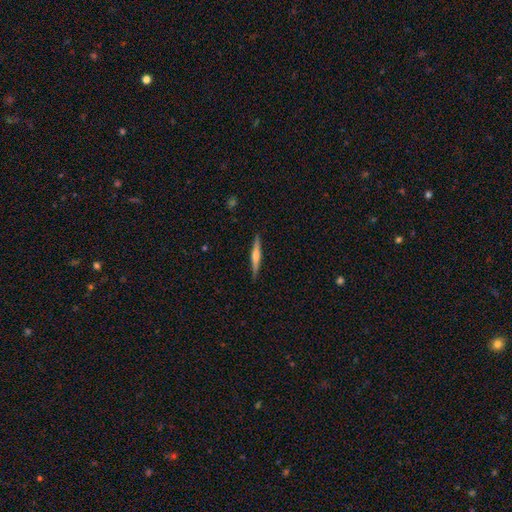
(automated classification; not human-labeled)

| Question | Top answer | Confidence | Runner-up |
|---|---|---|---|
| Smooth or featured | featured or disk | 56% | smooth (38%) |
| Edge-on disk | yes | 97% | no (3%) |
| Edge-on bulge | rounded | 69% | none (17%) |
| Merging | none | 89% | minor disturbance (8%) |